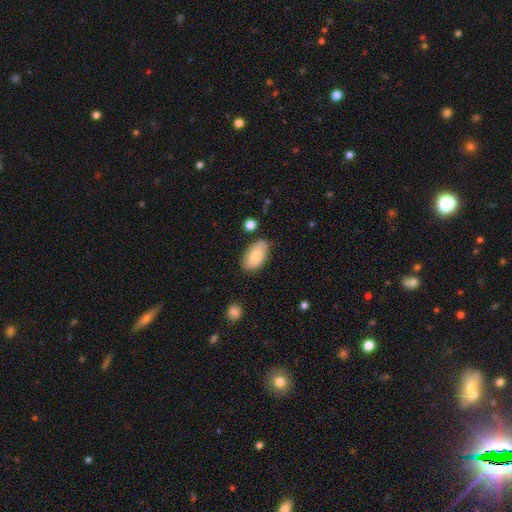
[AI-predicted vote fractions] A smooth galaxy with no disk features (75%) that is in between round and cigar-shaped (94%). Merging: none (77%).